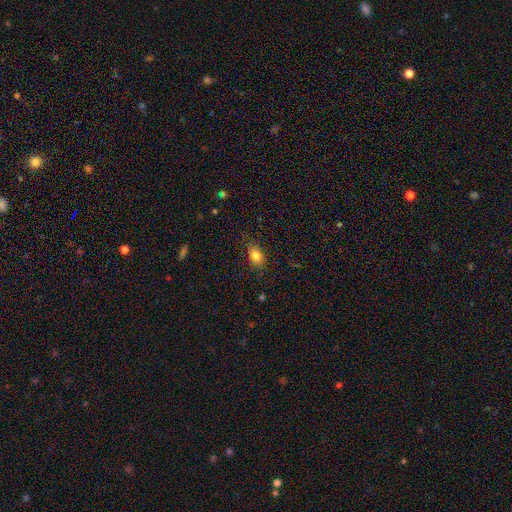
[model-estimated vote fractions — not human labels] Smooth or featured? Predicted: smooth (p=0.83). How rounded? Predicted: in between (p=0.80). Merging? Predicted: none (p=0.81).